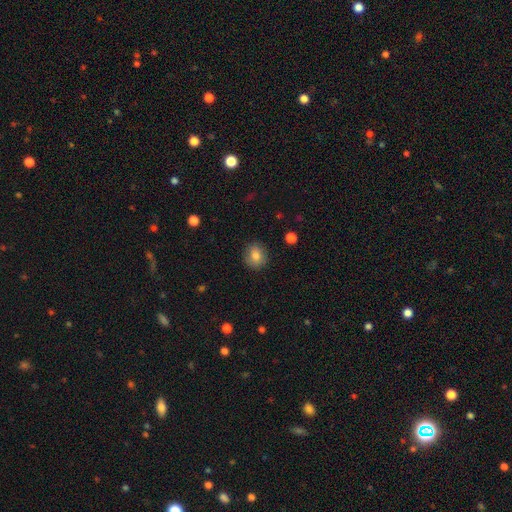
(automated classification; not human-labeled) Smooth or featured? smooth (82%)
How rounded? round (73%)
Merging? none (88%)